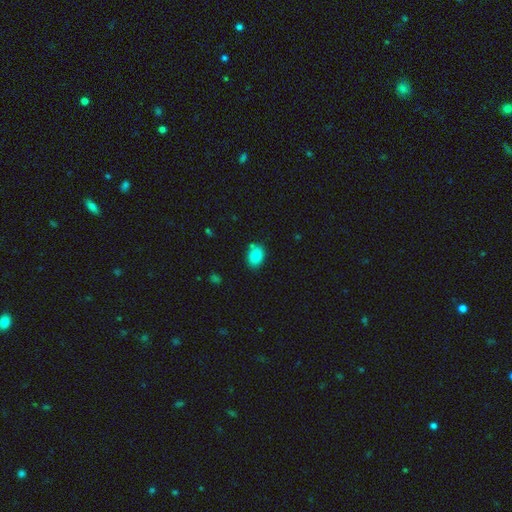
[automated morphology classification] This appears to be a smooth galaxy with no disk features (85%) that is in between round and cigar-shaped (73%). Merging: none (76%).